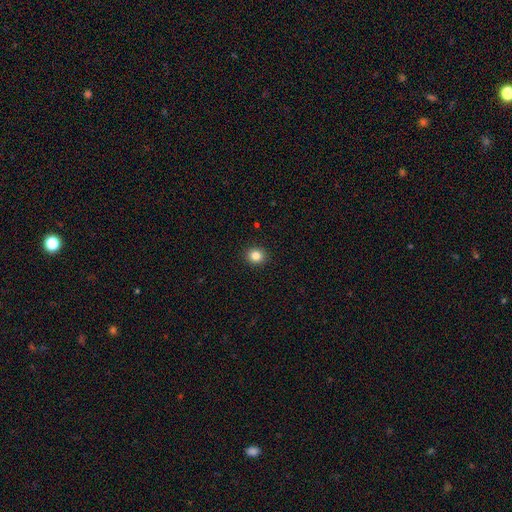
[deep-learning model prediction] smooth 84%, star or artifact 11%, featured or disk 5%. Down the decision tree: how rounded — round (83%); merging — none (92%).